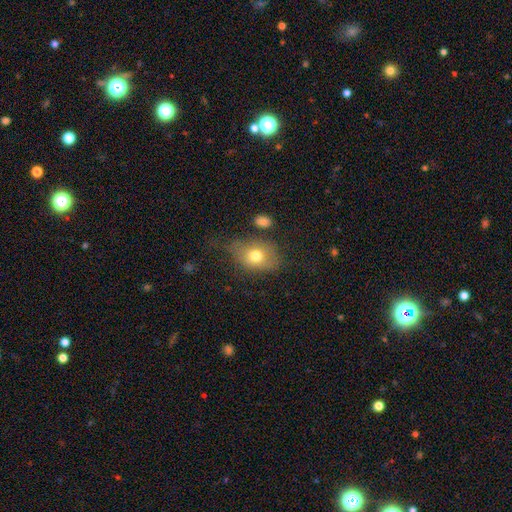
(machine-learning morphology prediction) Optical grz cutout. It shows a smooth galaxy with no disk features (72%) that is in between round and cigar-shaped (71%). Merging: none (48%).